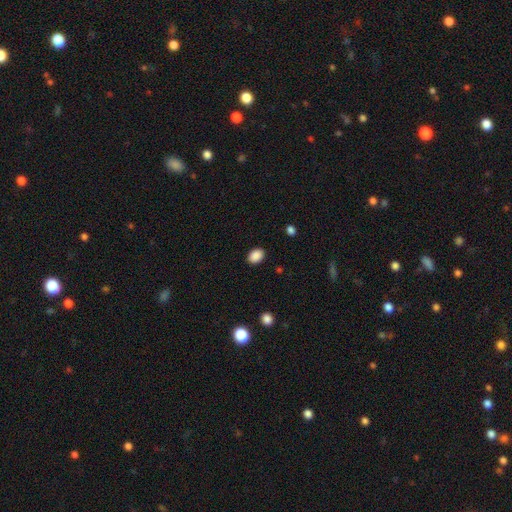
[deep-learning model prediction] Overall: smooth (89%). How rounded: in between (68%; round 31%). Merging: none (88%).